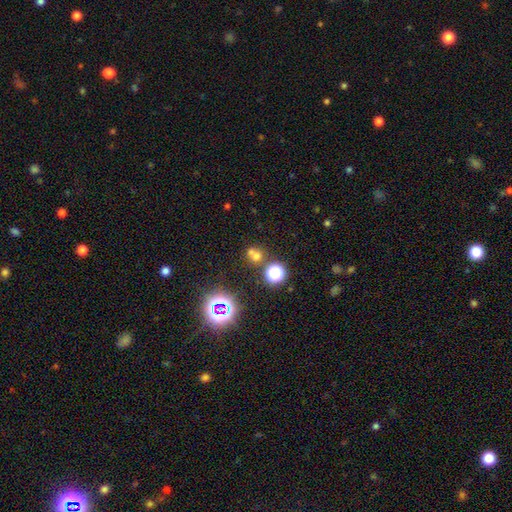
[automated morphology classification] A smooth galaxy with no disk features (56%) that is round (82%). Merging: none (49%).